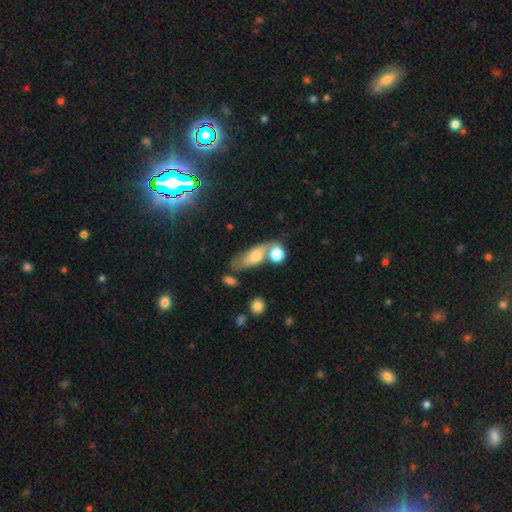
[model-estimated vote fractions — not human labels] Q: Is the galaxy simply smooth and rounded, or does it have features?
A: smooth — 57%.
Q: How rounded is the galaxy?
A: in between — 70%.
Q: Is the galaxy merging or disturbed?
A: none — 39%.